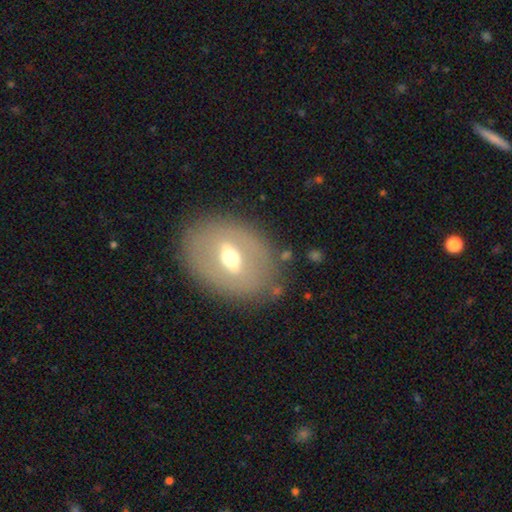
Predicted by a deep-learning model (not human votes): Smooth or featured?
  - featured or disk: 52% *
  - smooth: 39%
  - star or artifact: 9%
Edge-on disk?
  - no: 88% *
  - yes: 12%
Merging?
  - none: 81% *
  - minor disturbance: 12%
  - major disturbance: 4%
  - merger: 2%